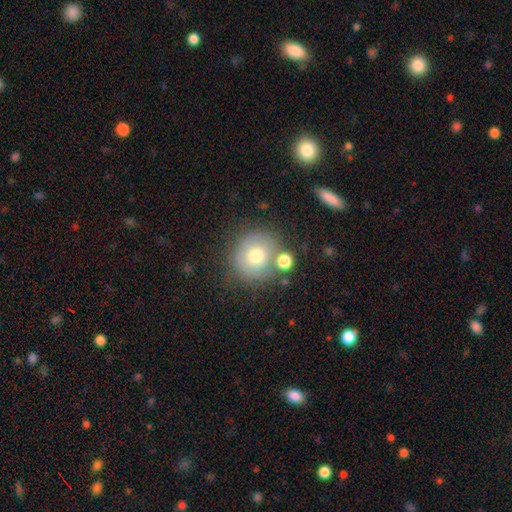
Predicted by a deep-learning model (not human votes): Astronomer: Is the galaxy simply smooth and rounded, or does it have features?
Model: smooth — 65%.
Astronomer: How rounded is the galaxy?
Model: round — 88%.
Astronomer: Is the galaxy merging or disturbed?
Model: none — 66%.